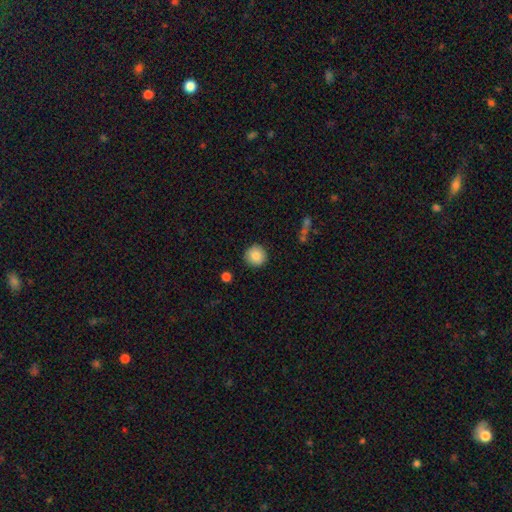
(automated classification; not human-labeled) Smooth or featured?
  - smooth: 87% *
  - star or artifact: 8%
  - featured or disk: 6%
How rounded?
  - round: 94% *
  - in between: 5%
  - cigar-shaped: 1%
Merging?
  - none: 90% *
  - minor disturbance: 7%
  - major disturbance: 2%
  - merger: 1%